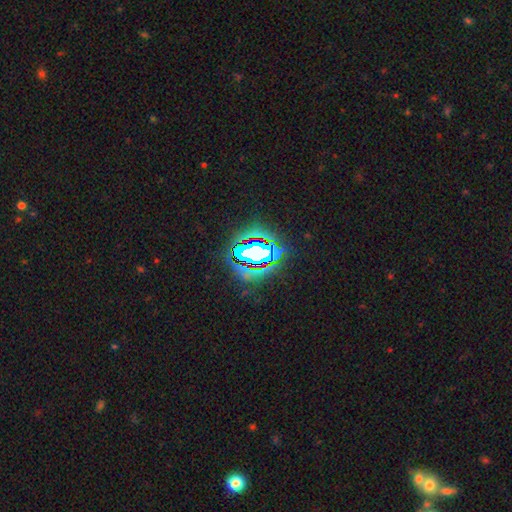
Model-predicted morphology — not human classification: Overall: star or artifact (65%).